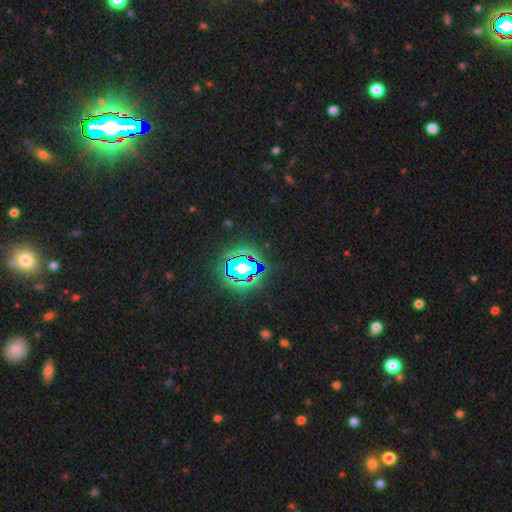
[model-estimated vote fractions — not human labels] Smooth or featured? star or artifact (84%)